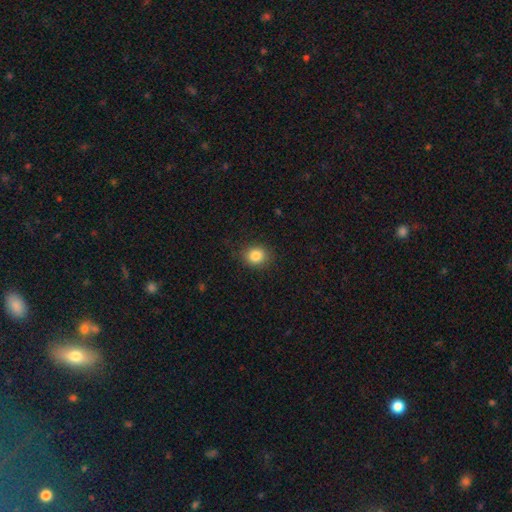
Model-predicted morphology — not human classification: Smooth or featured? smooth (85%)
How rounded? round (69%)
Merging? none (86%)